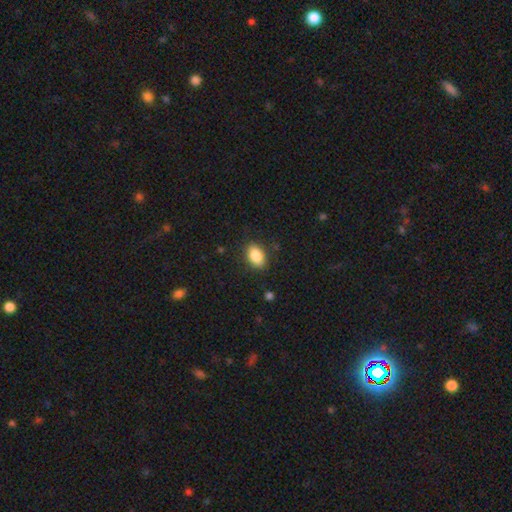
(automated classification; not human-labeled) smooth_or_featured: smooth (p=0.87) [alt: star or artifact p=0.08]
how_rounded: in between (p=0.87) [alt: round p=0.12]
merging: none (p=0.86) [alt: minor disturbance p=0.10]